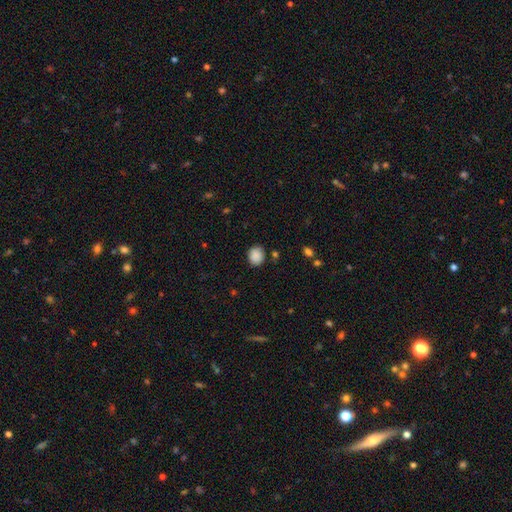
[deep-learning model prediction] smooth 88%, star or artifact 9%, featured or disk 3%. Down the decision tree: how rounded — round (66%); merging — none (84%).